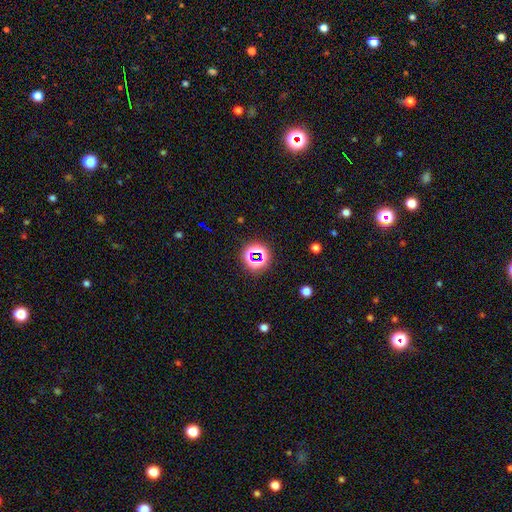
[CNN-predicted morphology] The model was most divided on "smooth or featured": star or artifact: 67%, smooth: 23%, featured or disk: 10%.